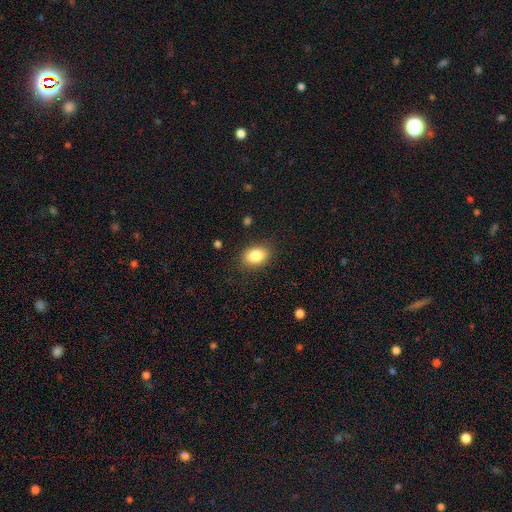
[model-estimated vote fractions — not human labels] A smooth galaxy with no disk features (85%) that is in between round and cigar-shaped (76%). Merging: none (85%).